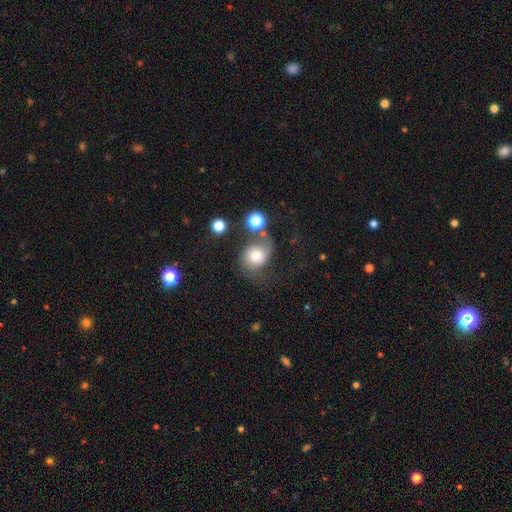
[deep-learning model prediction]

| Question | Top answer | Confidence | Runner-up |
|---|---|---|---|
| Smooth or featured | smooth | 65% | featured or disk (24%) |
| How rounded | round | 67% | in between (32%) |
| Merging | none | 41% | minor disturbance (23%) |